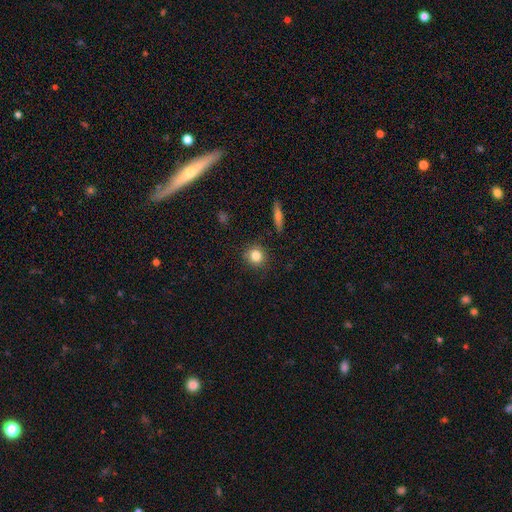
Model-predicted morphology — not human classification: smooth-or-featured: smooth: 83% | star or artifact: 10% | featured or disk: 8%
  how-rounded: round: 90% | in between: 9% | cigar-shaped: 1%
  merging: none: 88% | minor disturbance: 8% | major disturbance: 2% | merger: 2%